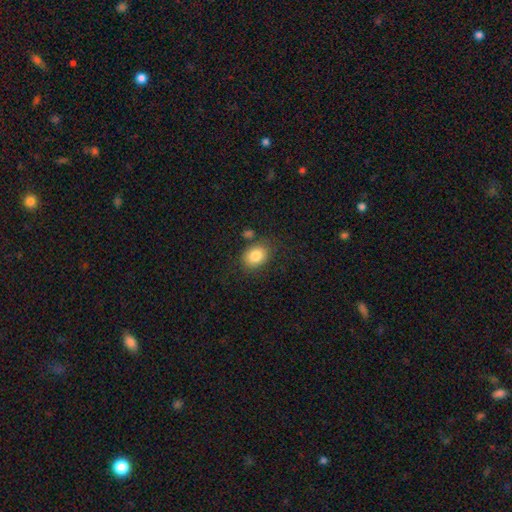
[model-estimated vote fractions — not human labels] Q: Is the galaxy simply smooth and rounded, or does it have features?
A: smooth — 83%.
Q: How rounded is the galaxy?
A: in between — 60%.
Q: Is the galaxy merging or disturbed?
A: none — 75%.